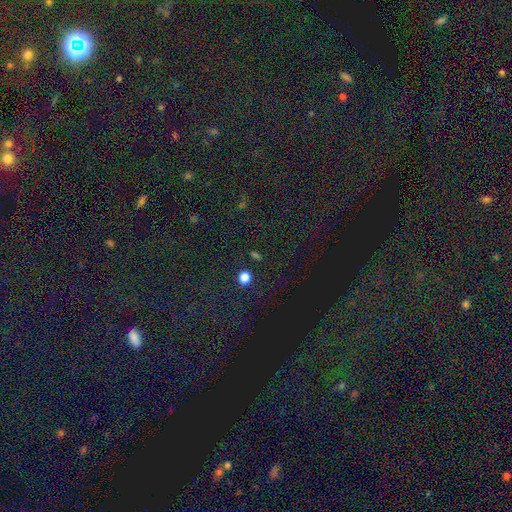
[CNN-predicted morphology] Smooth or featured? star or artifact (55%)